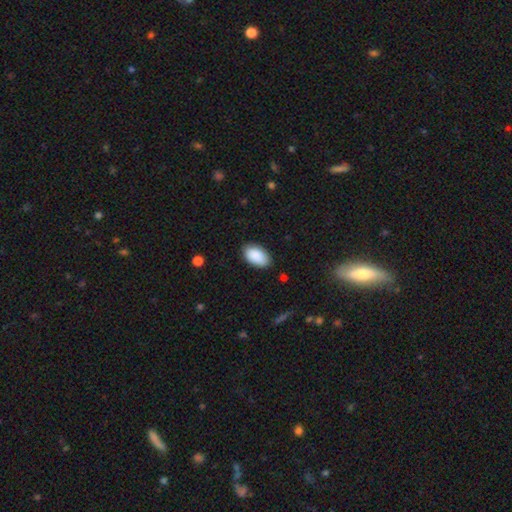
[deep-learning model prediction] smooth 90%, star or artifact 6%, featured or disk 4%. Down the decision tree: how rounded — in between (95%); merging — none (83%).